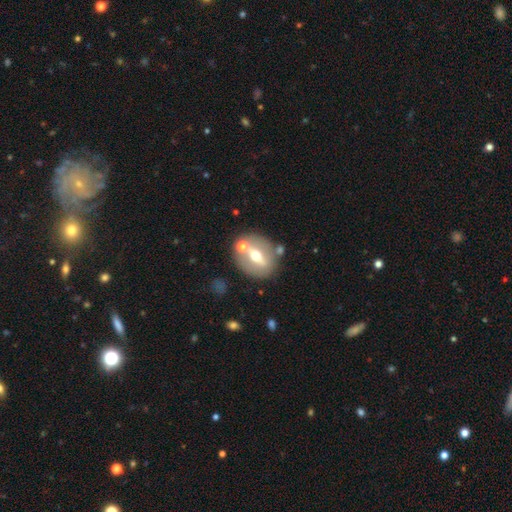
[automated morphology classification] Overall: featured or disk (53%; smooth 38%). Edge-on disk: no (76%). Merging: none (71%).